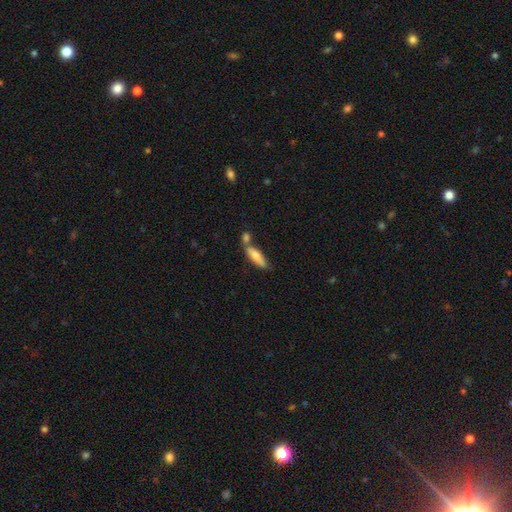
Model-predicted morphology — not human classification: smooth-or-featured: smooth: 73% | featured or disk: 21% | star or artifact: 6%
  how-rounded: cigar-shaped: 56% | in between: 42% | round: 2%
  merging: none: 50% | merger: 31% | minor disturbance: 15% | major disturbance: 4%